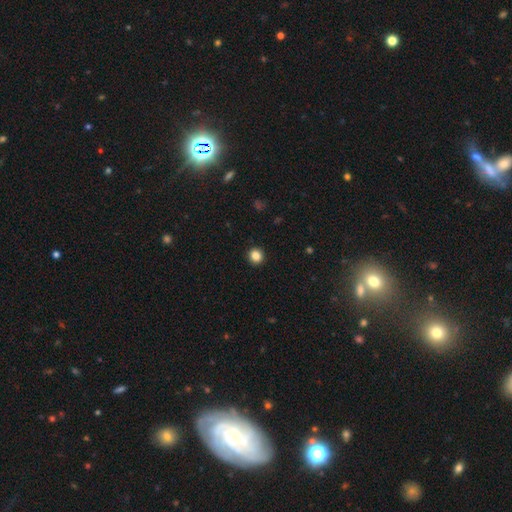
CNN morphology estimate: type=smooth (85%); roundness=round (93%); merging=none (93%).